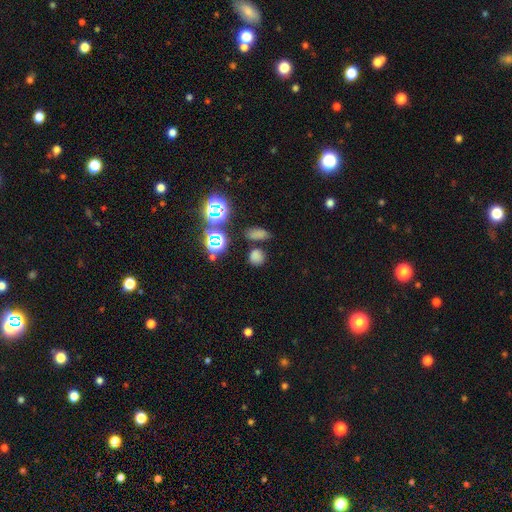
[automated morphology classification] Overall: smooth (68%). How rounded: round (72%). Merging: none (76%).